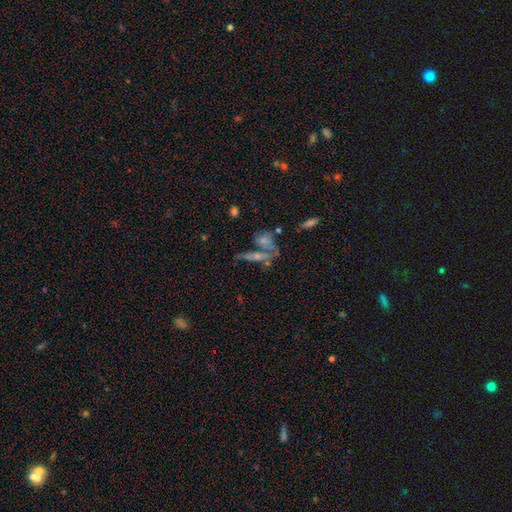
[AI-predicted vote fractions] smooth_or_featured: featured or disk (p=0.44) [alt: smooth p=0.31]
merging: none (p=0.38) [alt: merger p=0.36]